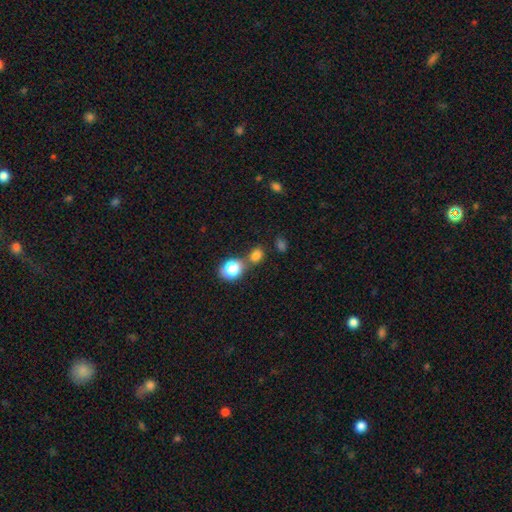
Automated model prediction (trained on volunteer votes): Overall: smooth (78%). How rounded: round (58%; in between 41%). Merging: none (56%; merger 29%).